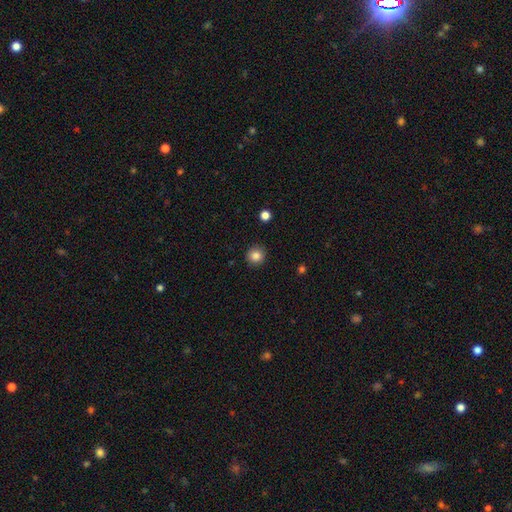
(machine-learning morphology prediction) This is clearly a smooth galaxy (85%). How rounded: clearly round (92%). Merging: clearly none (91%).